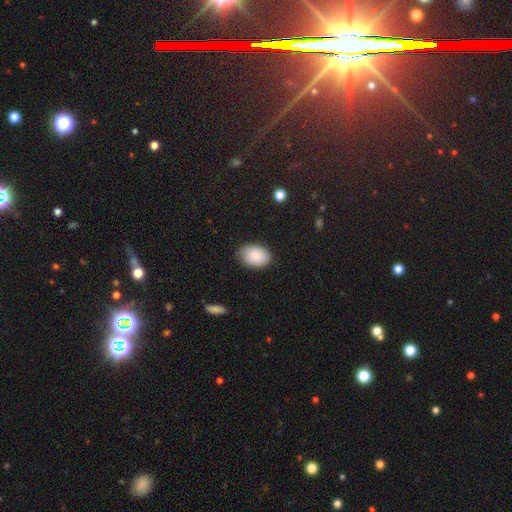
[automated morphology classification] This is clearly a smooth galaxy (87%). How rounded: clearly in between (82%). Merging: clearly none (82%).